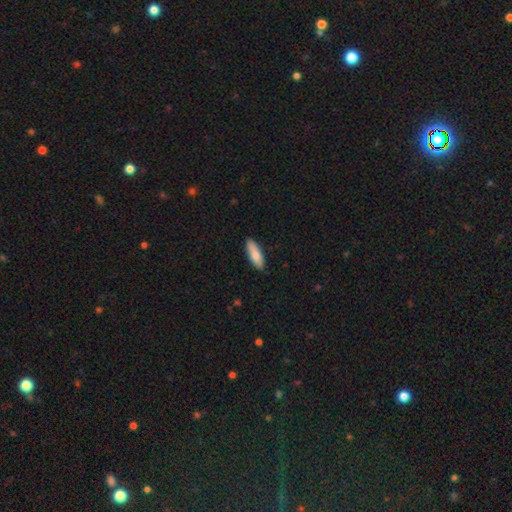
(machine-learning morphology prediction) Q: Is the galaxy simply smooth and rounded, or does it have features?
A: smooth — 80%.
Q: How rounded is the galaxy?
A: in between — 57%.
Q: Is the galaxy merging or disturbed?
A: none — 87%.